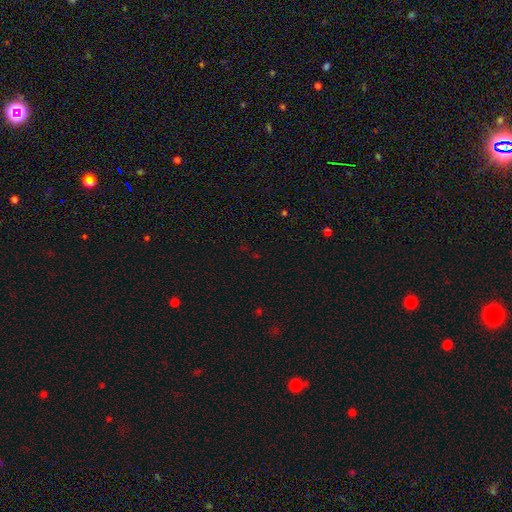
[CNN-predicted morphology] star or artifact 67%, smooth 25%, featured or disk 8%.